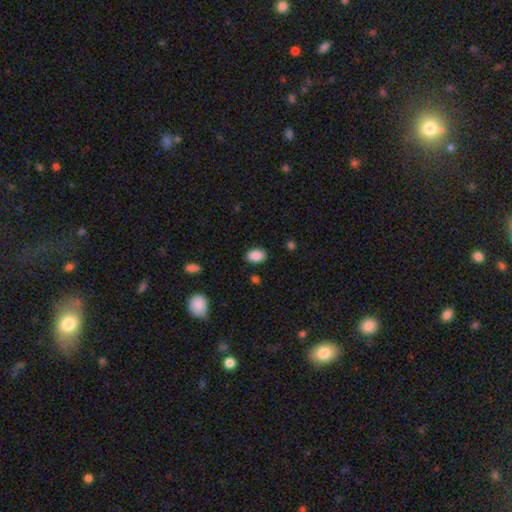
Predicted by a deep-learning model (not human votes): smooth_or_featured: smooth (p=0.89) [alt: star or artifact p=0.08]
how_rounded: in between (p=0.81) [alt: round p=0.18]
merging: none (p=0.84) [alt: minor disturbance p=0.11]